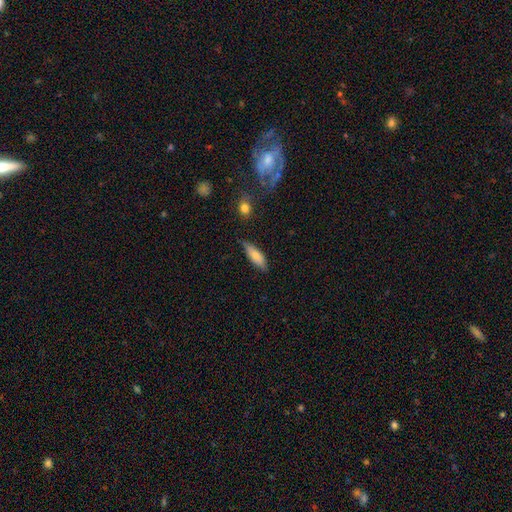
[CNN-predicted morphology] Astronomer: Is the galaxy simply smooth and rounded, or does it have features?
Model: smooth — 74%.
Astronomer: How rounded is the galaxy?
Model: in between — 59% (runner-up: cigar-shaped, 39%).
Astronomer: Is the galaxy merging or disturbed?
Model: none — 68%.